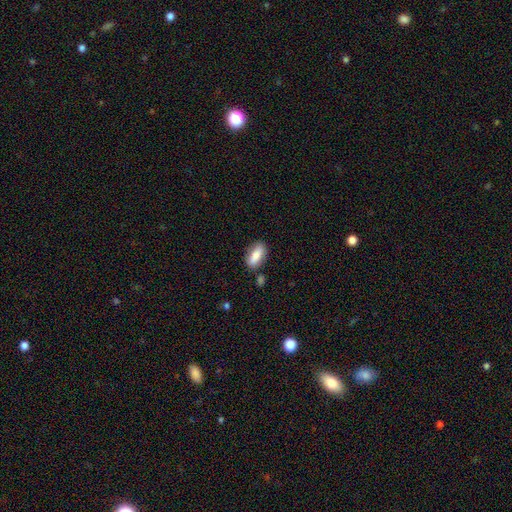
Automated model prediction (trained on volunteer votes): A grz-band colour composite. It shows a smooth galaxy with no disk features (77%) that is in between round and cigar-shaped (84%). Merging: none (78%).